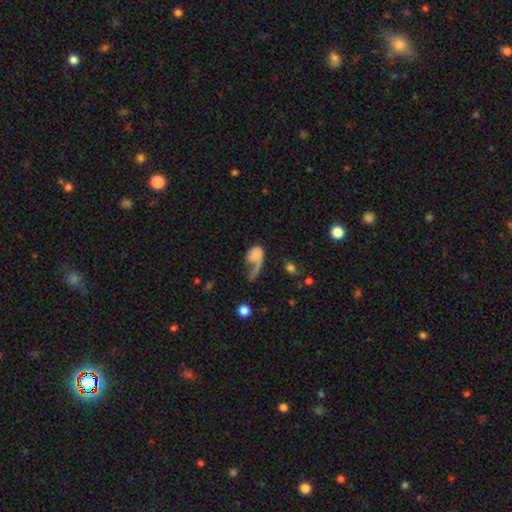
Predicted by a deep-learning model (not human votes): The model was most divided on "smooth or featured": smooth: 50%, featured or disk: 41%, star or artifact: 9%. More confident: merging — major disturbance (54%).